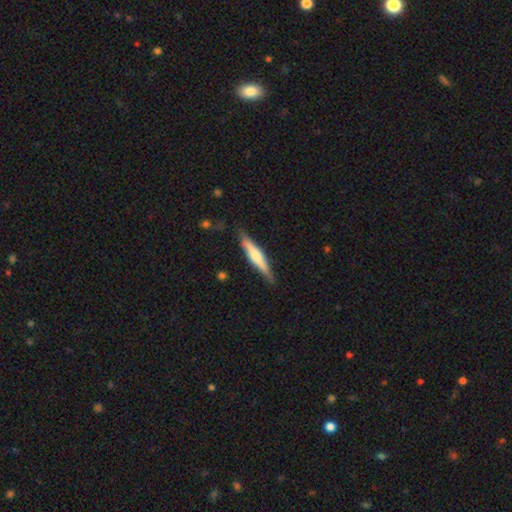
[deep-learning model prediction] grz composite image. It shows a featured or disk galaxy (51%) viewed edge-on (94%). Merging: none (81%).